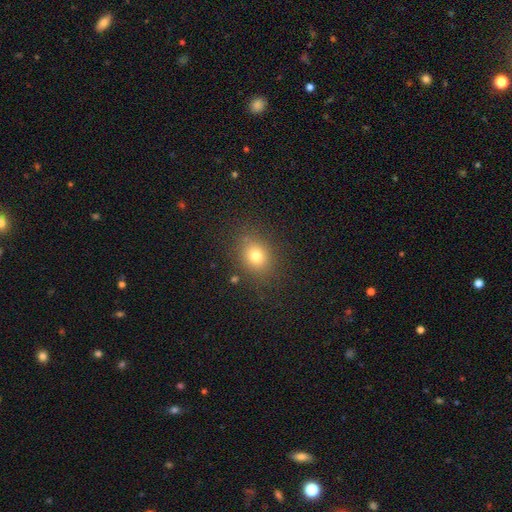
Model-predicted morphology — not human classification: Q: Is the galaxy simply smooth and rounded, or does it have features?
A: smooth — 77%.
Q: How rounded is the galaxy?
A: round — 62%.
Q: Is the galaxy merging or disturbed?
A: none — 84%.